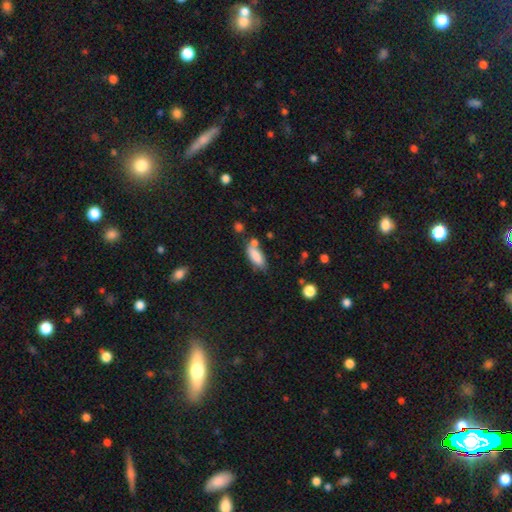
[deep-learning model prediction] Q: Smooth or featured?
A: smooth (84%); runner-up: featured or disk (9%)
Q: How rounded?
A: in between (74%); runner-up: cigar-shaped (24%)
Q: Merging?
A: none (55%); runner-up: minor disturbance (21%)